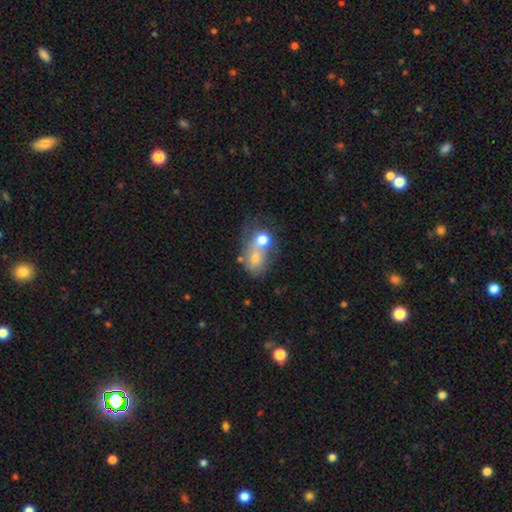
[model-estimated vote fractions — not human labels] Smooth or featured? smooth (61%)
How rounded? in between (61%)
Merging? merger (59%)